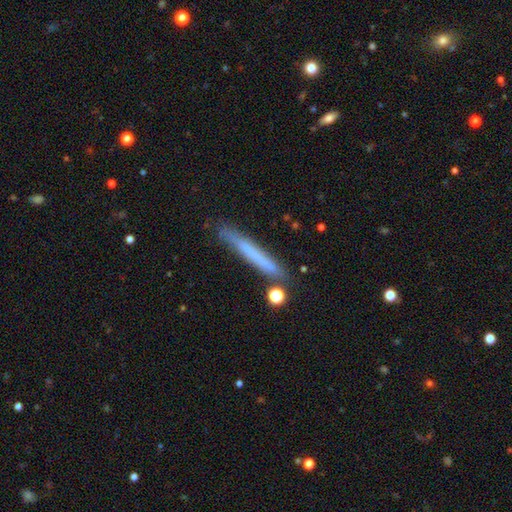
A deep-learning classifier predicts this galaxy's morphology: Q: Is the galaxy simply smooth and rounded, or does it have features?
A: smooth — 57%.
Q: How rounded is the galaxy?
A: cigar-shaped — 96%.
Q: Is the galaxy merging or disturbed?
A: none — 83%.